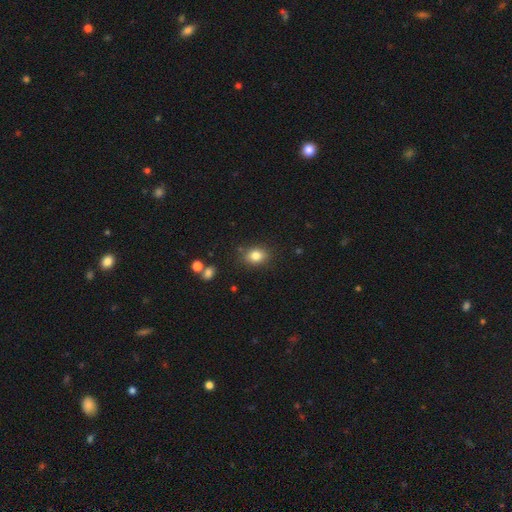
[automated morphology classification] A smooth galaxy with no disk features (82%) that is in between round and cigar-shaped (56%). Merging: none (81%).